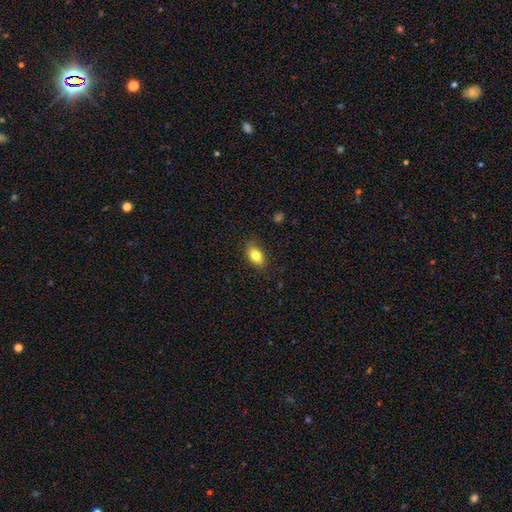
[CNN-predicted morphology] Overall: smooth (80%). How rounded: in between (86%). Merging: none (85%).